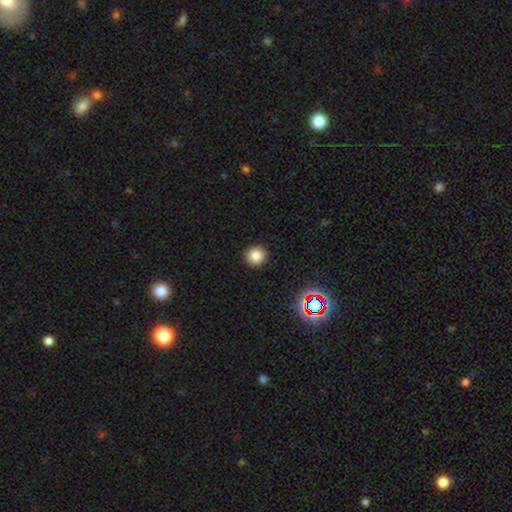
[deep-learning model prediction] Smooth or featured? Predicted: smooth (p=0.82). How rounded? Predicted: round (p=0.94). Merging? Predicted: none (p=0.92).